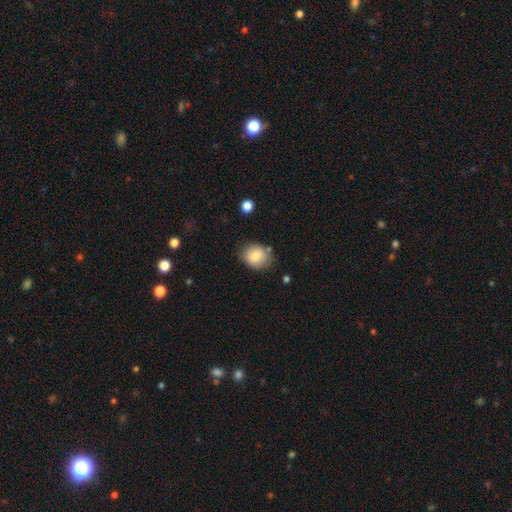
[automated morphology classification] smooth 77%, featured or disk 15%, star or artifact 9%. Down the decision tree: how rounded — round (64%); merging — none (75%).